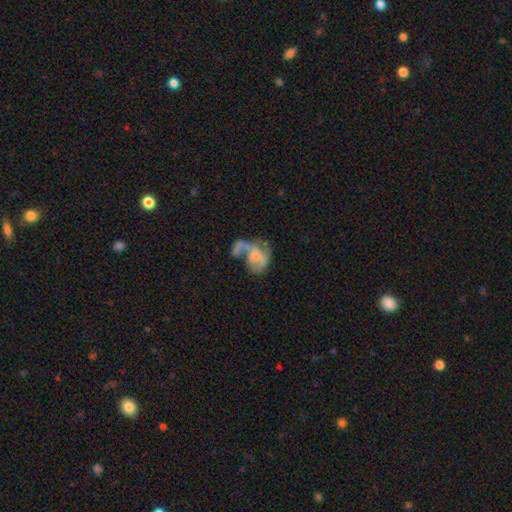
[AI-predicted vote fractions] Overall: featured or disk (59%; smooth 32%). Edge-on disk: no (98%). Bar: no (73%). Spiral arms: yes (55%; no 45%). Bulge size: small (39%; none 34%). Merging: major disturbance (40%; merger 28%).